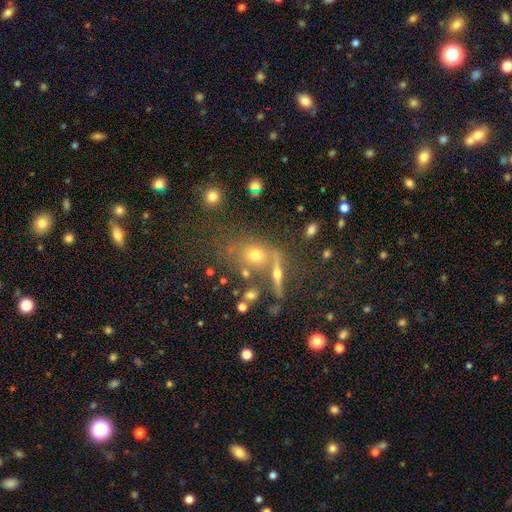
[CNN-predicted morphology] Smooth or featured: smooth — 52% (featured or disk — 29%)
How rounded: round — 54% (in between — 38%)
Merging: none — 58% (merger — 22%)